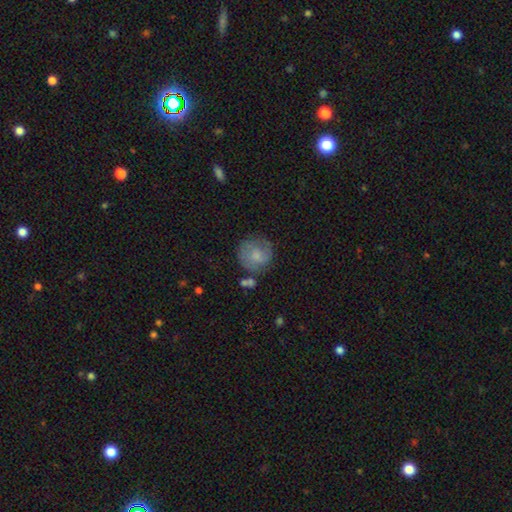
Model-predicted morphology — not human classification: Overall: smooth (65%; featured or disk 28%). How rounded: round (88%). Merging: none (63%).